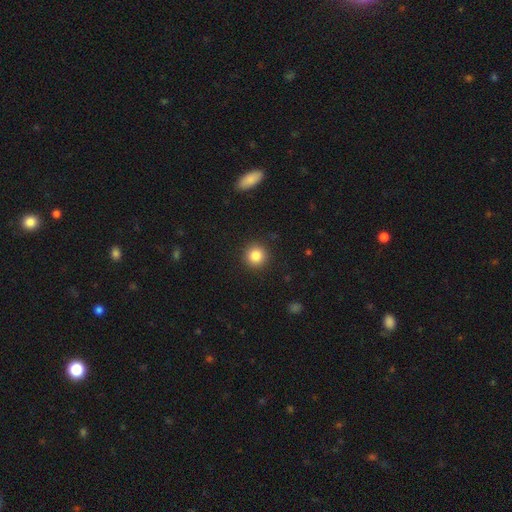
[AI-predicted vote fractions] The model was most divided on "smooth or featured": smooth: 85%, star or artifact: 10%, featured or disk: 5%. More confident: how rounded — round (94%); merging — none (92%).